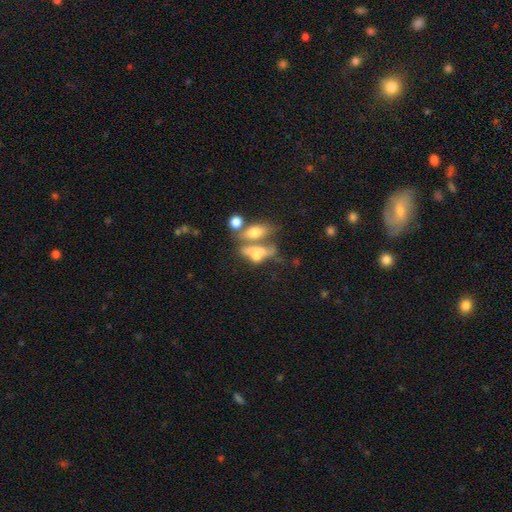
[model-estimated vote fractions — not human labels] Morphology: type=smooth (55%); roundness=in between (70%); merging=merger (52%).